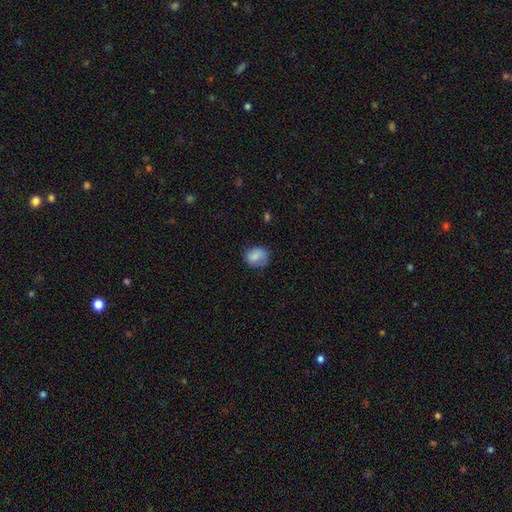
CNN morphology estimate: This appears to be a smooth galaxy with no disk features (78%) that is round (60%). Merging: none (60%).